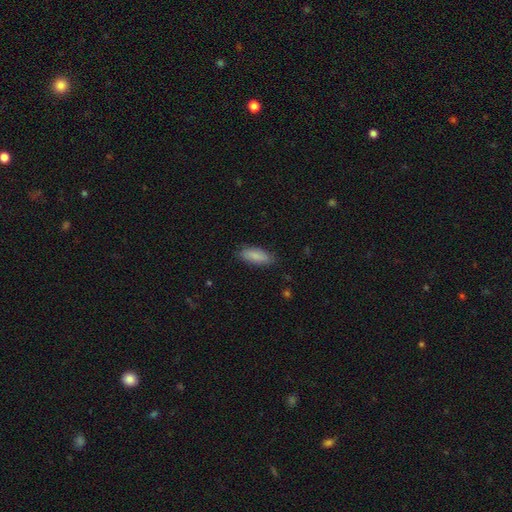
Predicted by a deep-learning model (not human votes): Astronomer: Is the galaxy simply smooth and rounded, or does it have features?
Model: smooth — 86%.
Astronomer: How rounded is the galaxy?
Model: in between — 74%.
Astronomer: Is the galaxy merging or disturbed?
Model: none — 83%.